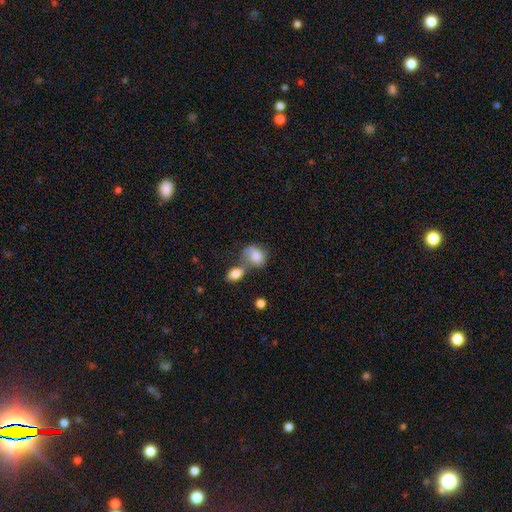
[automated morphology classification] type=smooth (76%); roundness=in between (65%); merging=merger (46%).